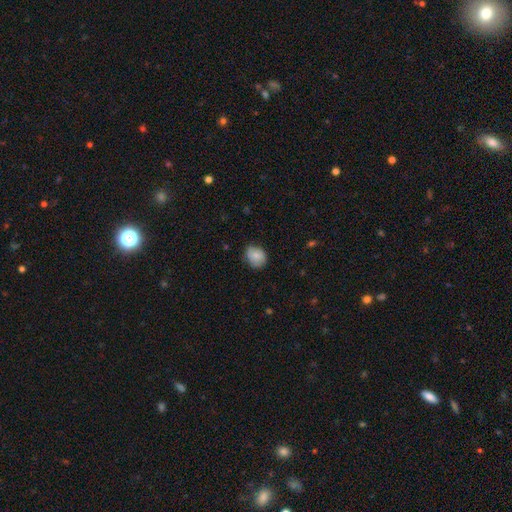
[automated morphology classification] Smooth or featured? Predicted: smooth (p=0.80). How rounded? Predicted: round (p=0.54). Merging? Predicted: none (p=0.72).